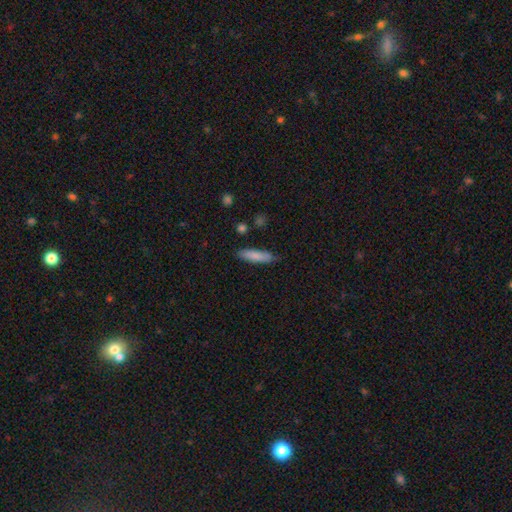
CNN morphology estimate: type=smooth (82%); roundness=cigar-shaped (72%); merging=none (82%).